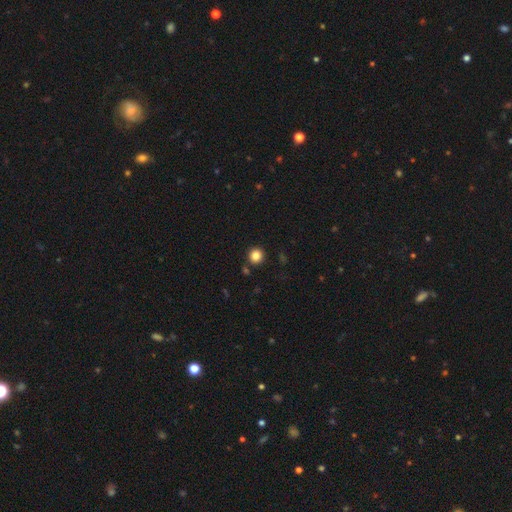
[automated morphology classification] Smooth or featured? smooth (84%)
How rounded? round (94%)
Merging? none (90%)